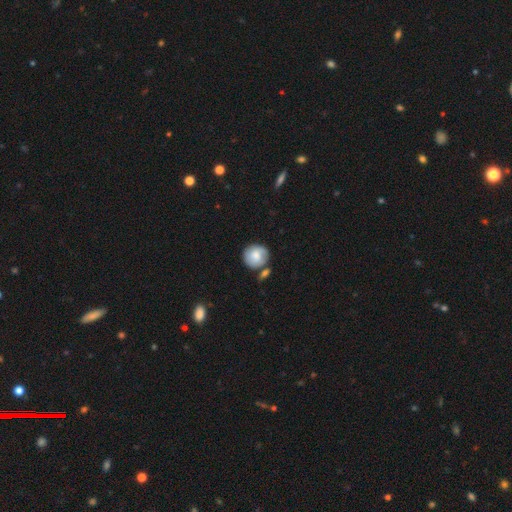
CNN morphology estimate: The model was most divided on "merging": none: 64%, minor disturbance: 16%, merger: 15%, major disturbance: 4%. More confident: how rounded — round (90%); smooth or featured — smooth (73%).